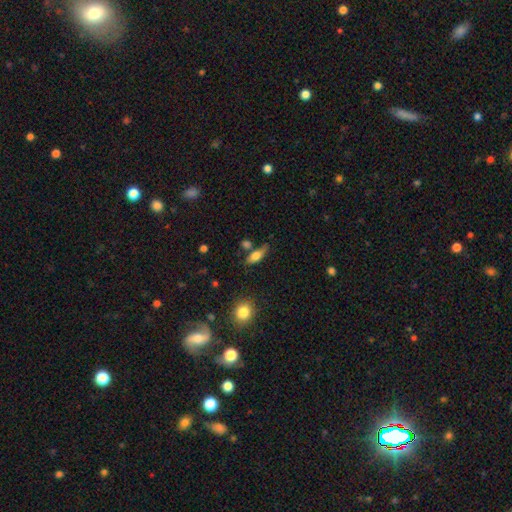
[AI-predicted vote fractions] smooth-or-featured: smooth: 67% | featured or disk: 25% | star or artifact: 8%
  how-rounded: in between: 63% | cigar-shaped: 32% | round: 5%
  merging: none: 60% | minor disturbance: 20% | merger: 13% | major disturbance: 7%